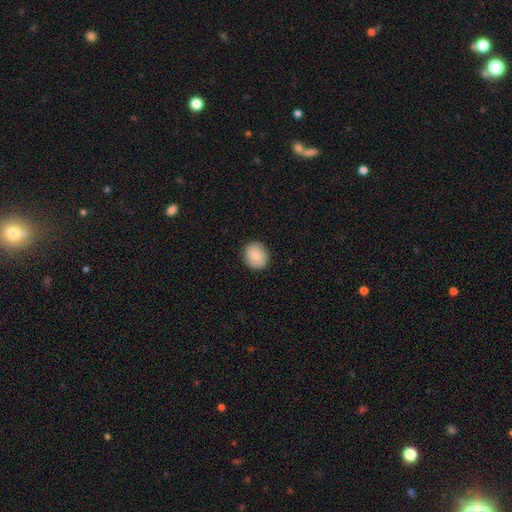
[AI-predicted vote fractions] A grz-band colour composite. It shows a smooth galaxy with no disk features (84%) that is round (70%). Merging: none (89%).